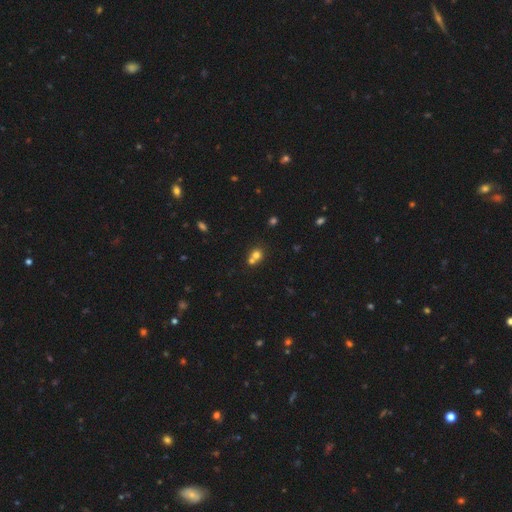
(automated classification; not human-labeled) Smooth or featured? smooth (70%)
How rounded? round (80%)
Merging? merger (52%)